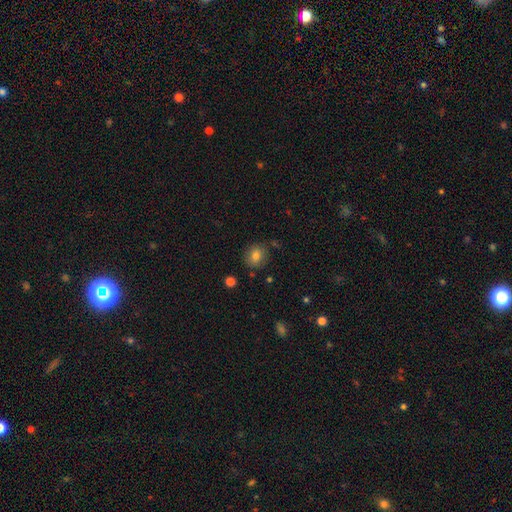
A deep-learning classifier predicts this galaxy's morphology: A smooth galaxy with no disk features (80%) that is round (80%).

Vote fractions:
- Smooth or featured? smooth: 80% / star or artifact: 11% / featured or disk: 9%
- How rounded? round: 80% / in between: 19% / cigar-shaped: 1%
- Merging? none: 83% / minor disturbance: 11% / merger: 3% / major disturbance: 3%